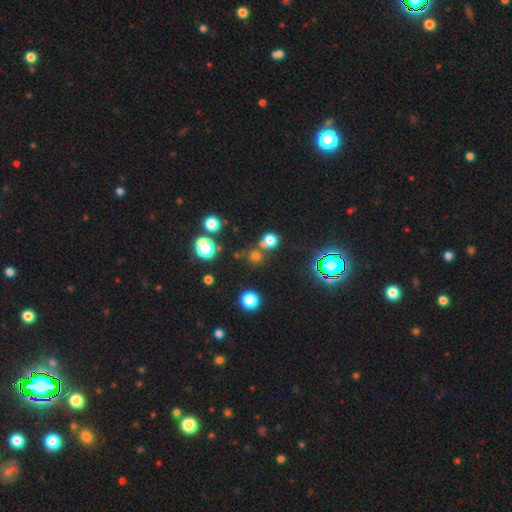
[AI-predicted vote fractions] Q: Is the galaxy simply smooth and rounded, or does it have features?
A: star or artifact — 53%.